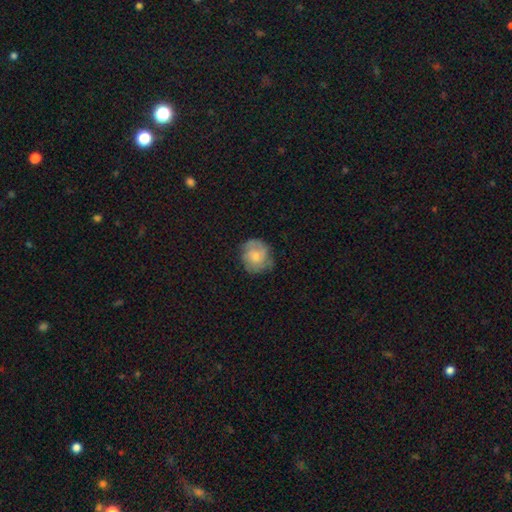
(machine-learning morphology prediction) A smooth galaxy with no disk features (58%) that is round (83%). Merging: none (67%).